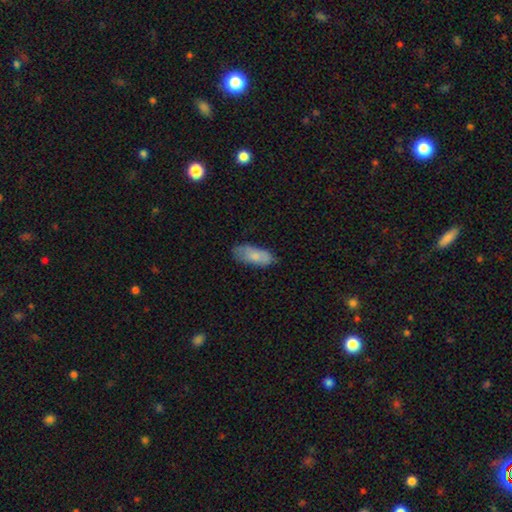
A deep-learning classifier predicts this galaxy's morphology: Smooth or featured? Predicted: smooth (p=0.76). How rounded? Predicted: in between (p=0.83). Merging? Predicted: none (p=0.66).